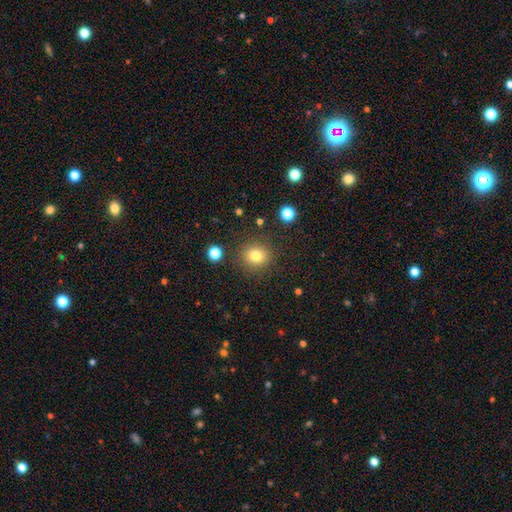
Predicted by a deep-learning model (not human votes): This is likely a smooth galaxy (80%). How rounded: clearly round (83%). Merging: clearly none (86%).